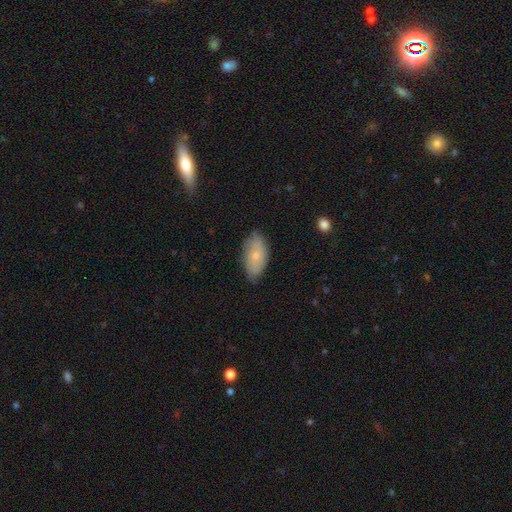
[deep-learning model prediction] Q: Smooth or featured?
A: smooth (63%); runner-up: featured or disk (30%)
Q: How rounded?
A: in between (93%); runner-up: round (4%)
Q: Merging?
A: none (73%); runner-up: minor disturbance (22%)